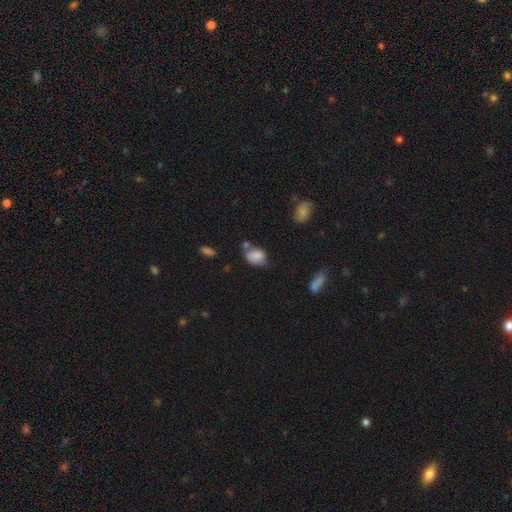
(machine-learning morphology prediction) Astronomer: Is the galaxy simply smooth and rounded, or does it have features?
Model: smooth — 78%.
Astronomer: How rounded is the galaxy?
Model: in between — 74%.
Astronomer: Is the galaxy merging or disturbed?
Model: none — 42% (runner-up: minor disturbance, 29%).